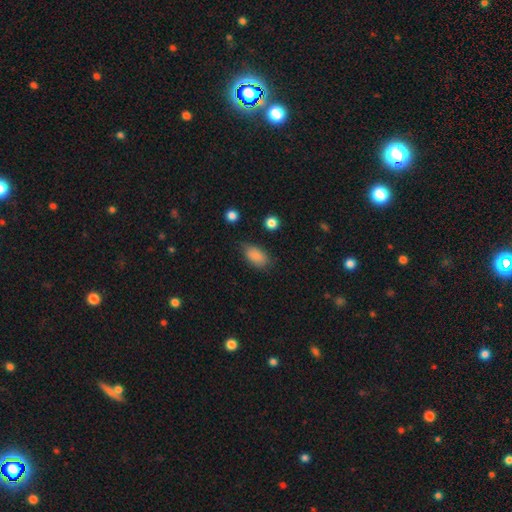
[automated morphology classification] Smooth or featured? Predicted: smooth (p=0.86). How rounded? Predicted: in between (p=0.91). Merging? Predicted: none (p=0.70).